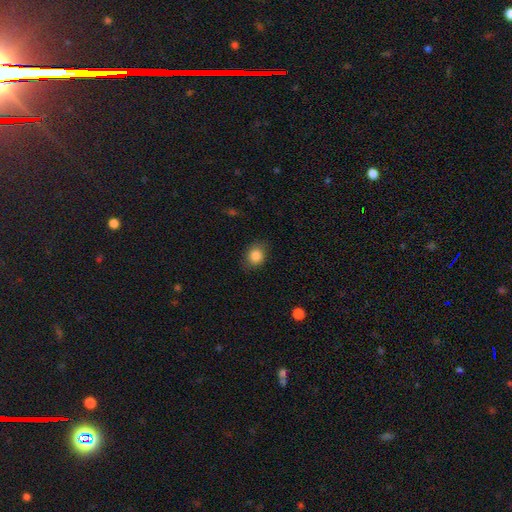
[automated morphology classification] Overall: smooth (85%). How rounded: round (51%; in between 48%). Merging: none (81%).